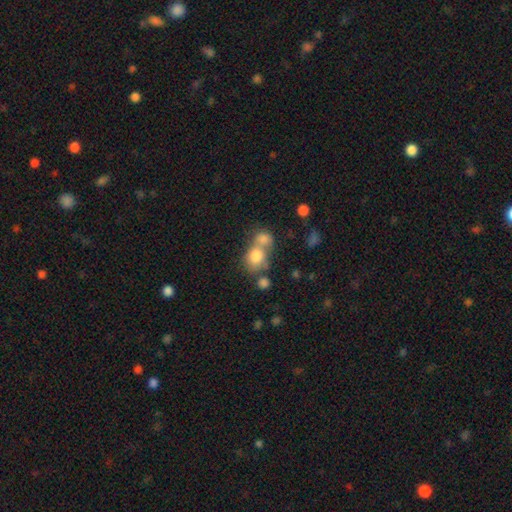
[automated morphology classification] Overall: smooth (78%). How rounded: round (57%; in between 42%). Merging: merger (56%; none 30%).